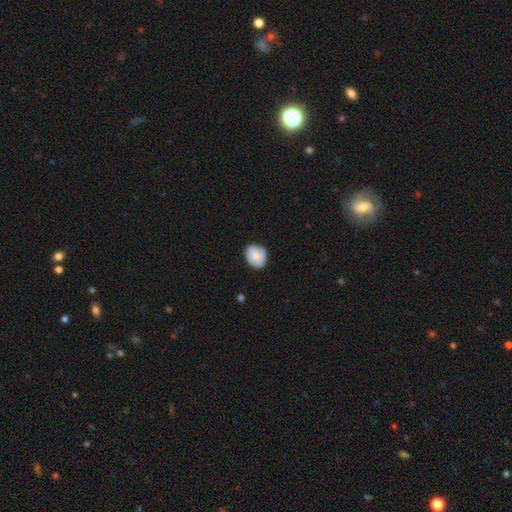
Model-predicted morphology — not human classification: Smooth or featured? smooth (82%)
How rounded? round (57%)
Merging? none (77%)